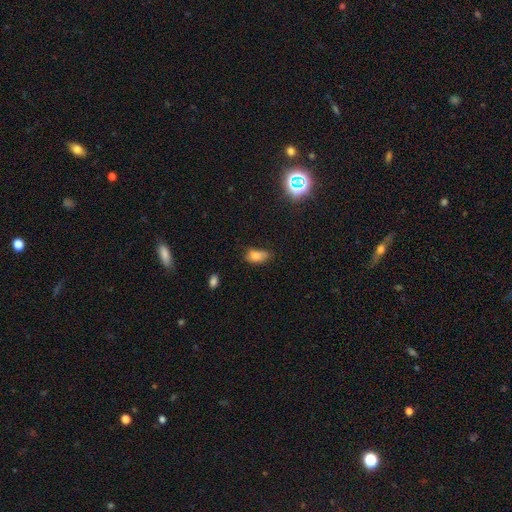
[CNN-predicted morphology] A smooth galaxy with no disk features (78%) that is in between round and cigar-shaped (88%).

Vote fractions:
- Smooth or featured? smooth: 78% / star or artifact: 11% / featured or disk: 10%
- How rounded? in between: 88% / round: 8% / cigar-shaped: 4%
- Merging? none: 51% / minor disturbance: 37% / major disturbance: 9% / merger: 3%